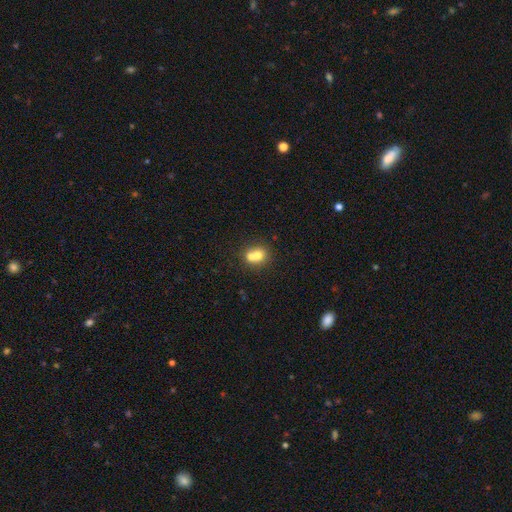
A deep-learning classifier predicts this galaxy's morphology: This appears to be a smooth galaxy with no disk features (68%) that is round (72%). Merging: merger (63%).